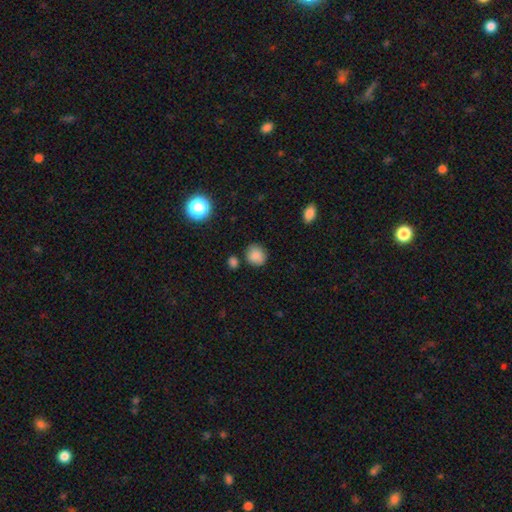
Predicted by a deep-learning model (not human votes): Smooth or featured? Predicted: smooth (p=0.84). How rounded? Predicted: round (p=0.79). Merging? Predicted: none (p=0.80).